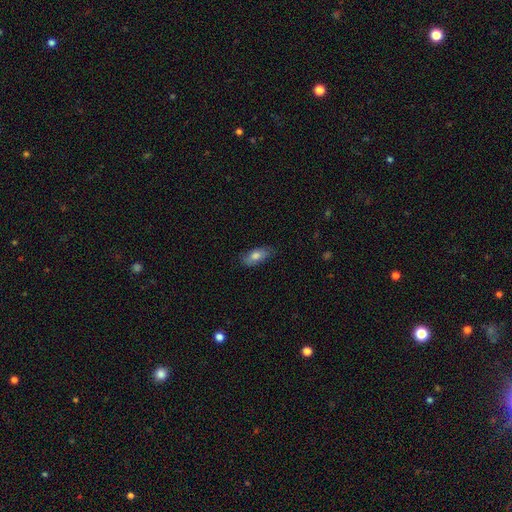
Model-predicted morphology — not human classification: smooth-or-featured: smooth: 73% | featured or disk: 20% | star or artifact: 7%
  how-rounded: in between: 80% | cigar-shaped: 17% | round: 3%
  merging: none: 80% | minor disturbance: 16% | major disturbance: 3% | merger: 1%